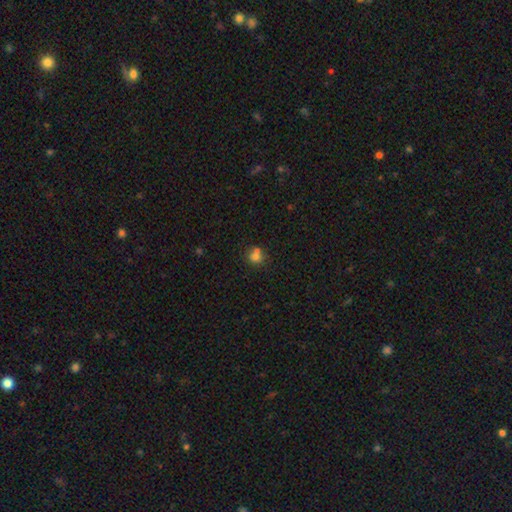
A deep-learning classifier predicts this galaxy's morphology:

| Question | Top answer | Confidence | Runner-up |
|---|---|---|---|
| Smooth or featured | smooth | 74% | star or artifact (14%) |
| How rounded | round | 80% | in between (19%) |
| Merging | none | 45% | merger (40%) |